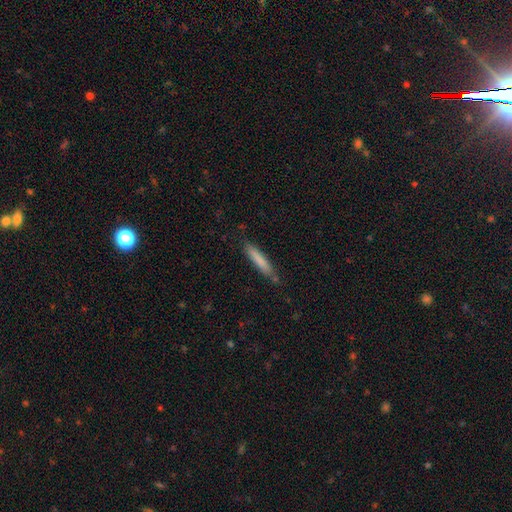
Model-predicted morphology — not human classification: A smooth galaxy with no disk features (76%) that is cigar-shaped (93%). Merging: none (82%).